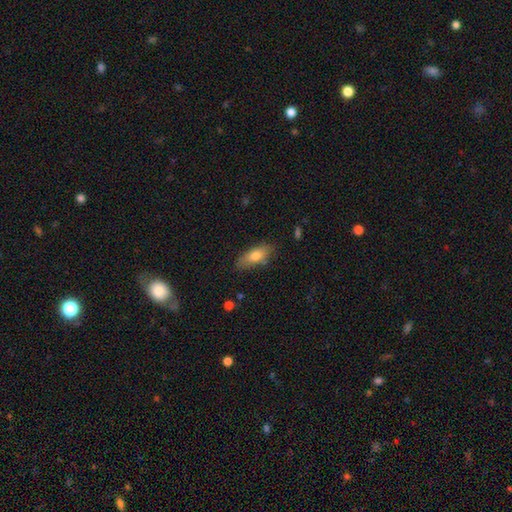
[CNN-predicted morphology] smooth-or-featured: smooth: 76% | featured or disk: 17% | star or artifact: 7%
  how-rounded: in between: 77% | cigar-shaped: 20% | round: 3%
  merging: none: 76% | minor disturbance: 18% | major disturbance: 4% | merger: 2%